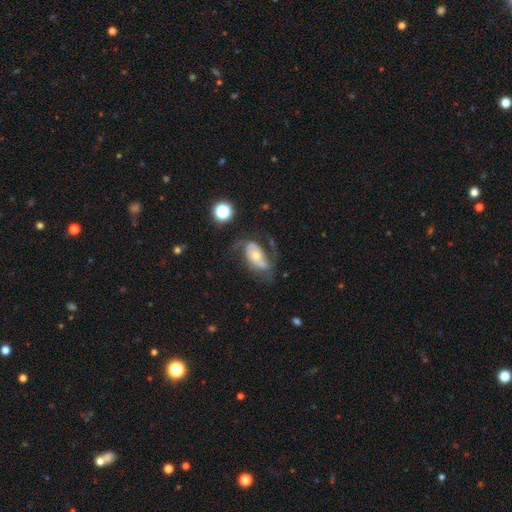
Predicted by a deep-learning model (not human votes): Morphology: type=featured or disk (59%); edge-on=no (91%); bar=no (65%); spiral arms=yes (67%); bulge=moderate (53%); merging=none (43%).